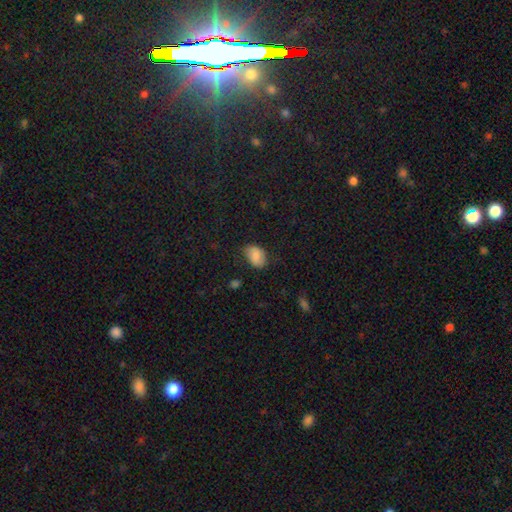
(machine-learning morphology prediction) smooth_or_featured: smooth (p=0.83) [alt: featured or disk p=0.09]
how_rounded: in between (p=0.80) [alt: round p=0.18]
merging: none (p=0.67) [alt: minor disturbance p=0.25]